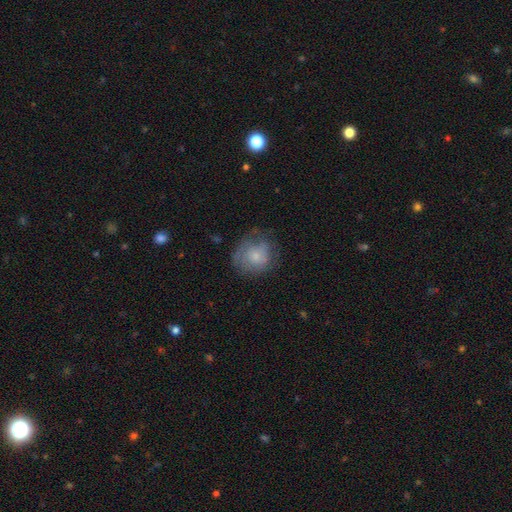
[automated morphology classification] smooth-or-featured: smooth: 68% | featured or disk: 24% | star or artifact: 8%
  how-rounded: round: 78% | in between: 21% | cigar-shaped: 1%
  merging: none: 61% | minor disturbance: 25% | major disturbance: 13% | merger: 2%